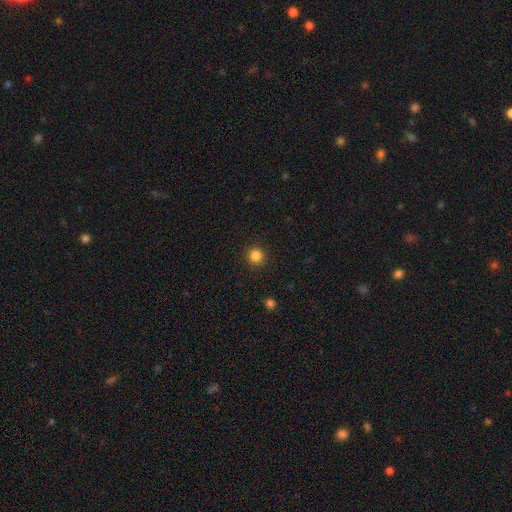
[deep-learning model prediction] Smooth or featured?
  - smooth: 85% *
  - star or artifact: 12%
  - featured or disk: 4%
How rounded?
  - round: 94% *
  - in between: 5%
  - cigar-shaped: 1%
Merging?
  - none: 92% *
  - minor disturbance: 5%
  - major disturbance: 2%
  - merger: 1%